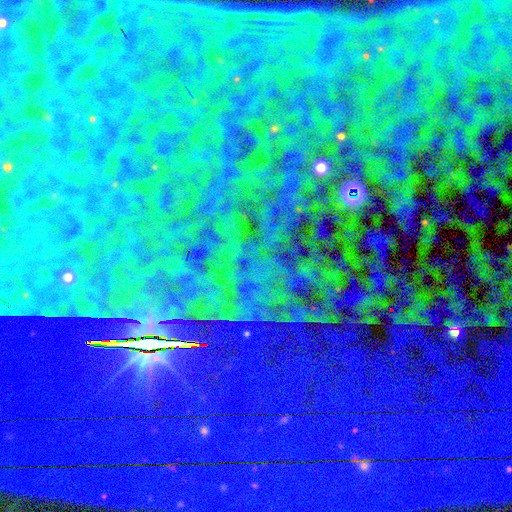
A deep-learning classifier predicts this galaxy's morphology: Smooth or featured: star or artifact — 85% (smooth — 7%)